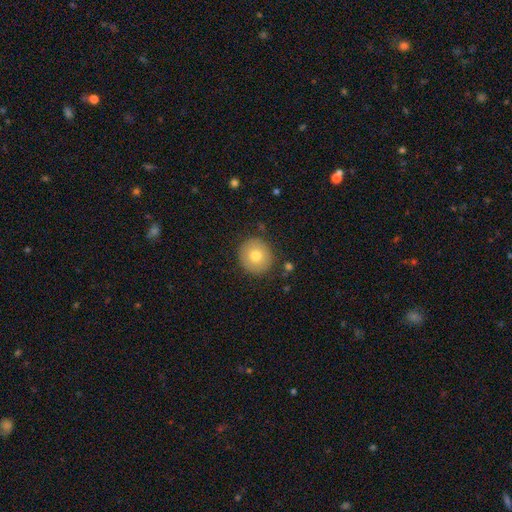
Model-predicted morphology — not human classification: smooth-or-featured: smooth: 76% | featured or disk: 15% | star or artifact: 9%
  how-rounded: round: 91% | in between: 8% | cigar-shaped: 1%
  merging: none: 88% | minor disturbance: 8% | major disturbance: 2% | merger: 2%